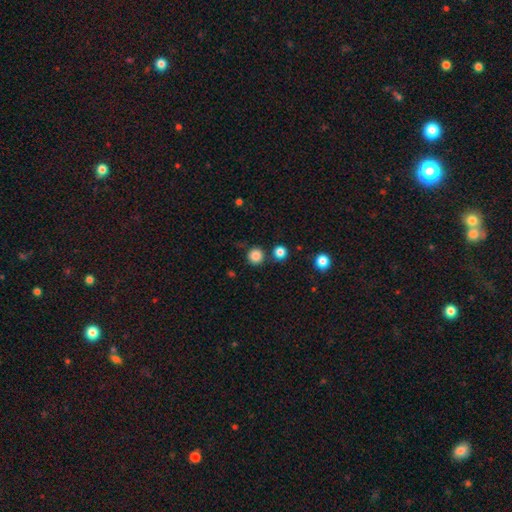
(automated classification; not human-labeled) Smooth or featured: smooth — 84% (star or artifact — 12%)
How rounded: round — 95% (in between — 4%)
Merging: none — 83% (minor disturbance — 7%)